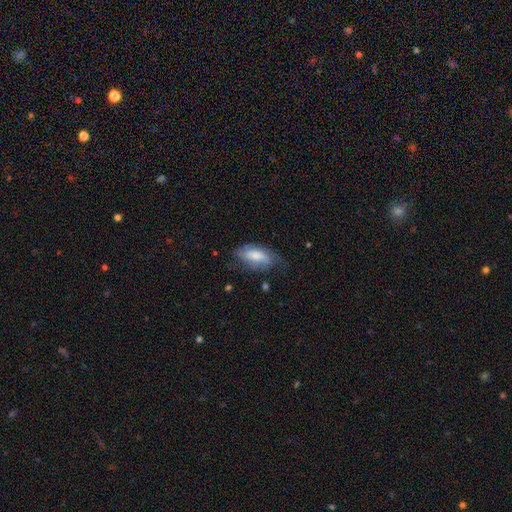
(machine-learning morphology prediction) Q: Smooth or featured?
A: smooth (60%); runner-up: featured or disk (33%)
Q: How rounded?
A: in between (85%); runner-up: cigar-shaped (12%)
Q: Merging?
A: none (53%); runner-up: minor disturbance (31%)